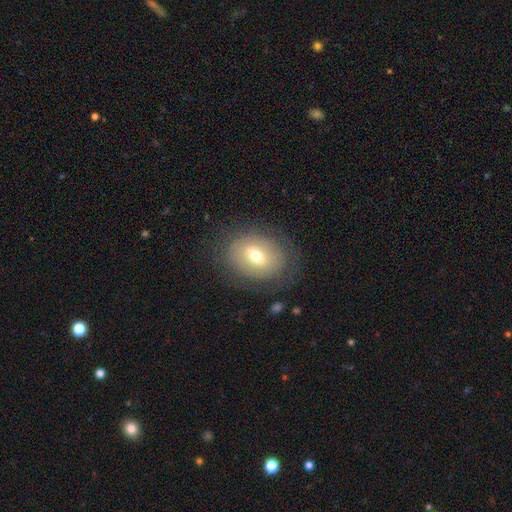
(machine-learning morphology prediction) Smooth or featured?
  - smooth: 49% *
  - featured or disk: 42%
  - star or artifact: 9%
Merging?
  - none: 75% *
  - minor disturbance: 15%
  - major disturbance: 9%
  - merger: 1%